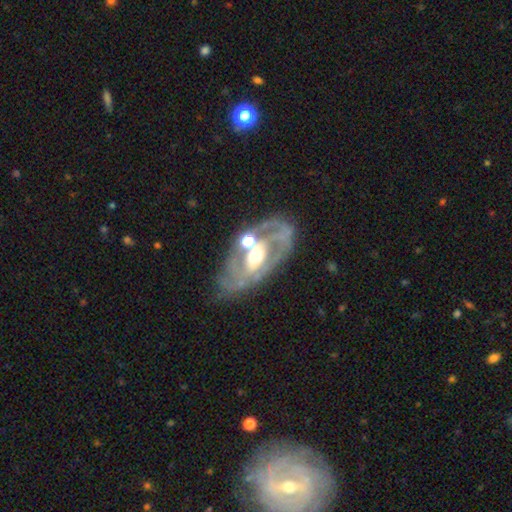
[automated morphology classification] Q: Smooth or featured?
A: featured or disk (79%); runner-up: smooth (13%)
Q: Edge-on disk?
A: no (93%); runner-up: yes (7%)
Q: Bar?
A: no (44%); runner-up: weak (30%)
Q: Spiral arms?
A: yes (71%); runner-up: no (29%)
Q: Spiral winding?
A: tight (47%); runner-up: medium (37%)
Q: Spiral arm count?
A: 2 (55%); runner-up: can't tell (24%)
Q: Bulge size?
A: moderate (70%); runner-up: large (14%)
Q: Merging?
A: none (59%); runner-up: minor disturbance (19%)